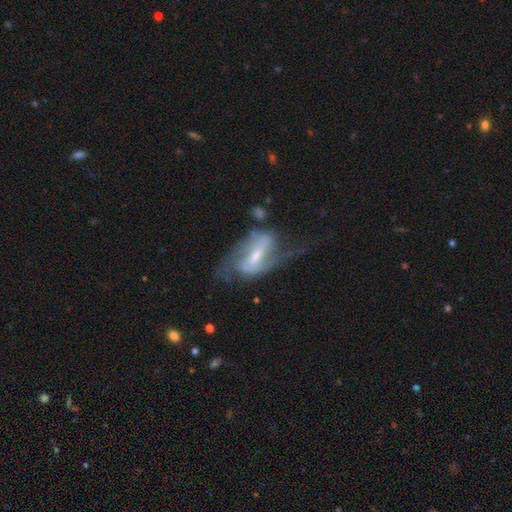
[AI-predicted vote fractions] smooth-or-featured: featured or disk: 81% | smooth: 13% | star or artifact: 6%
  disk-edge-on: no: 93% | yes: 7%
    bar: strong: 47% | weak: 41% | no: 12%
    has-spiral-arms: yes: 89% | no: 11%
      spiral-winding: loose: 50% | medium: 37% | tight: 13%
      spiral-arm-count: 2: 81% | can't tell: 9% | 1: 5% | 3: 2% | 4: 1% | more than 4: 1%
    bulge-size: moderate: 46% | small: 40% | large: 6% | none: 6% | dominant: 1%
  merging: none: 46% | major disturbance: 29% | minor disturbance: 20% | merger: 5%